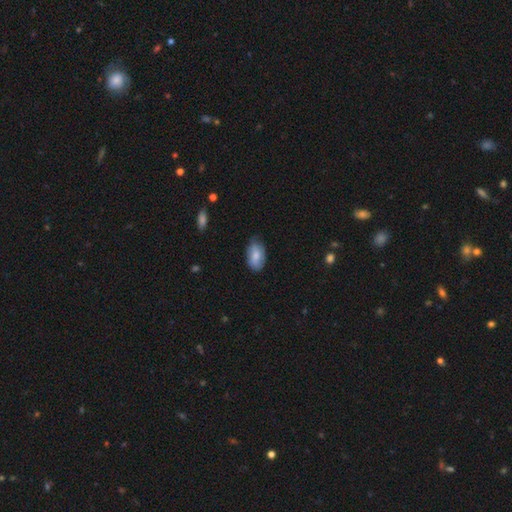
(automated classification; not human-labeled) A smooth galaxy with no disk features (74%) that is in between round and cigar-shaped (93%). Merging: none (72%).